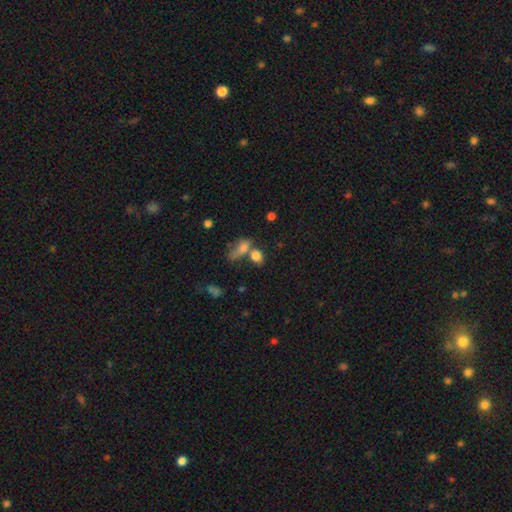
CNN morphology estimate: smooth_or_featured: smooth (p=0.79) [alt: star or artifact p=0.11]
how_rounded: in between (p=0.62) [alt: round p=0.34]
merging: merger (p=0.43) [alt: none p=0.37]